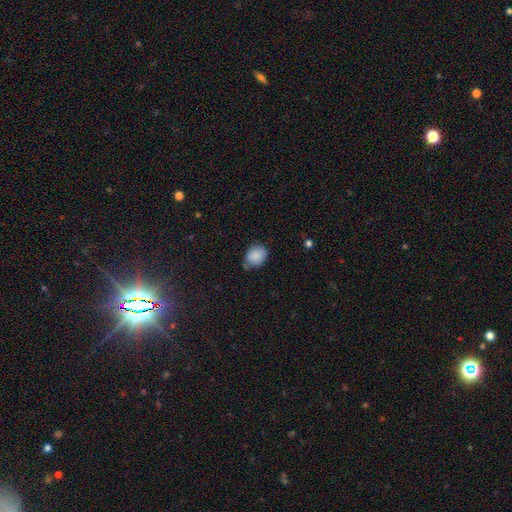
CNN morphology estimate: Overall: smooth (86%). How rounded: round (50%; in between 49%). Merging: none (63%; minor disturbance 28%).